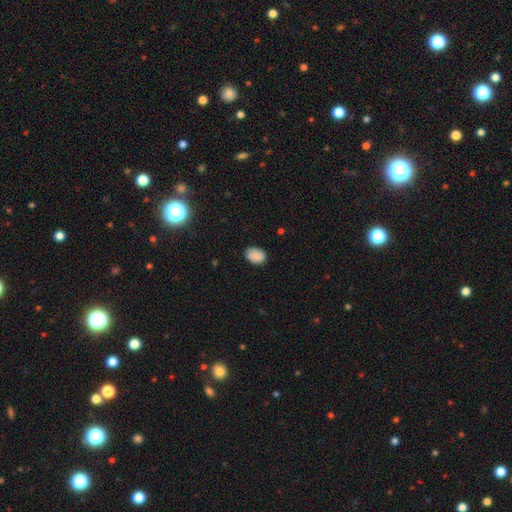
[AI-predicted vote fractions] Smooth or featured? smooth (88%)
How rounded? in between (78%)
Merging? none (80%)